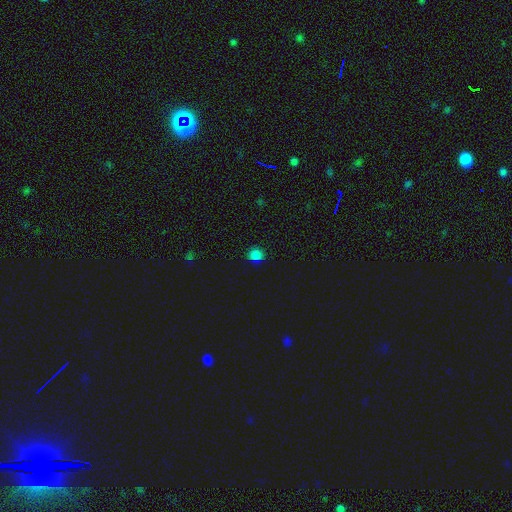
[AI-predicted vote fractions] smooth_or_featured: smooth (p=0.79) [alt: star or artifact p=0.17]
how_rounded: round (p=0.78) [alt: in between p=0.21]
merging: none (p=0.84) [alt: minor disturbance p=0.11]